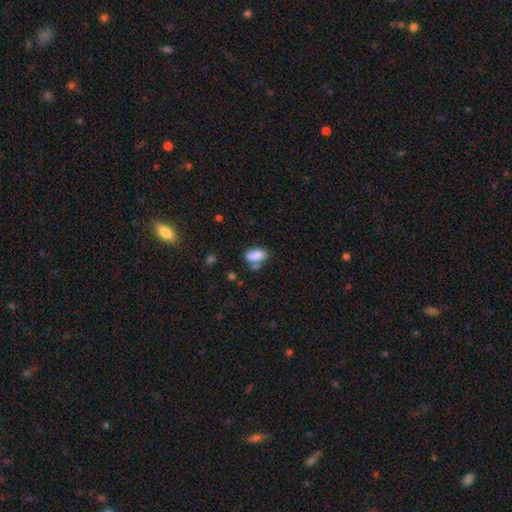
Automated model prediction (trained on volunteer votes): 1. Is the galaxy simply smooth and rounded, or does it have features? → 83% smooth, 9% star or artifact, 8% featured or disk.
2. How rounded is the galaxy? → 91% in between, 5% round, 3% cigar-shaped.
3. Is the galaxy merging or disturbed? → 45% none, 24% merger, 21% minor disturbance, 9% major disturbance.